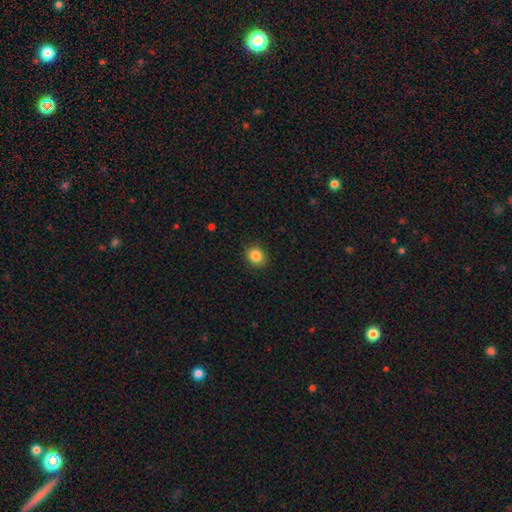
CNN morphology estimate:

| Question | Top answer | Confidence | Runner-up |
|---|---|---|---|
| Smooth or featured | smooth | 85% | star or artifact (10%) |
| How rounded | round | 70% | in between (29%) |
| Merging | none | 89% | minor disturbance (8%) |